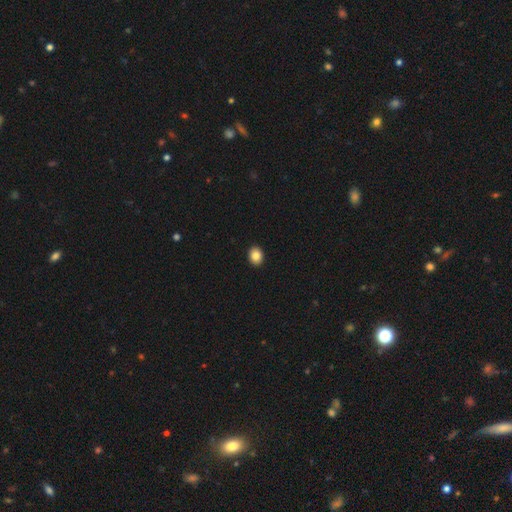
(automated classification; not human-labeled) This appears to be a smooth galaxy with no disk features (85%) that is in between round and cigar-shaped (53%). Merging: none (92%).